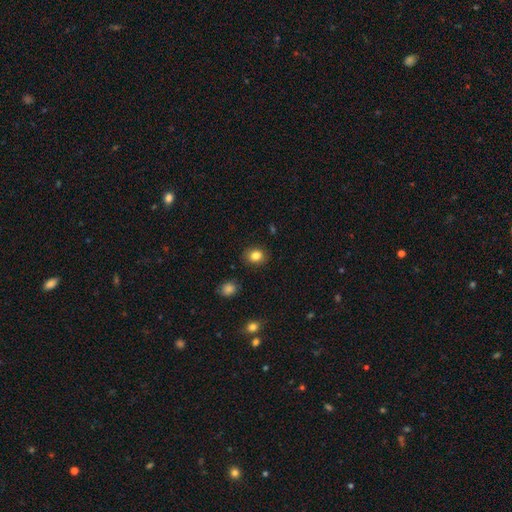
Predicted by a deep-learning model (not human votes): Smooth or featured? smooth (83%)
How rounded? round (59%)
Merging? none (87%)